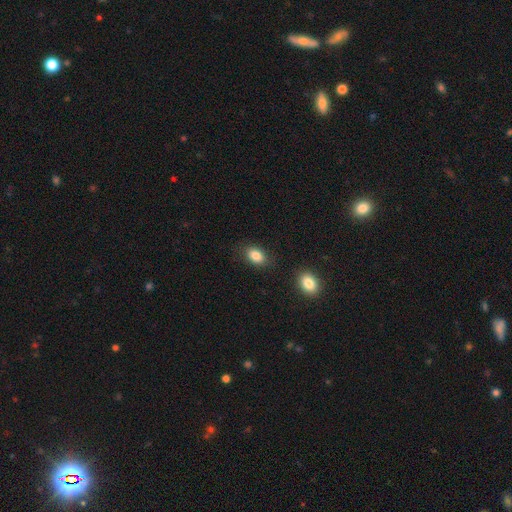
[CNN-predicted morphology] smooth-or-featured: smooth: 85% | star or artifact: 9% | featured or disk: 6%
  how-rounded: in between: 85% | round: 14% | cigar-shaped: 2%
  merging: none: 82% | minor disturbance: 11% | major disturbance: 3% | merger: 3%